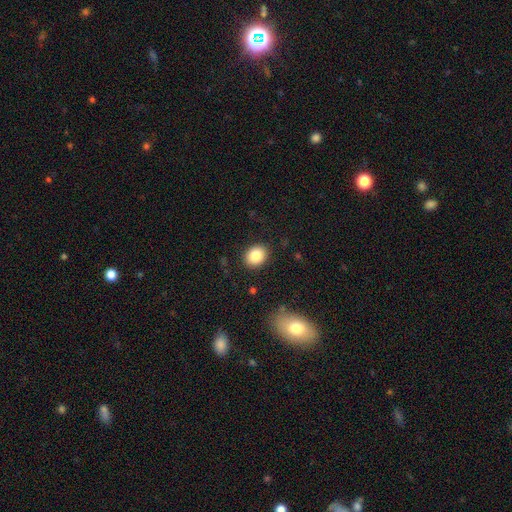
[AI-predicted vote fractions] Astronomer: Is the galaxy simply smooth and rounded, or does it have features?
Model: smooth — 85%.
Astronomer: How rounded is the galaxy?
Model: round — 56% (runner-up: in between, 43%).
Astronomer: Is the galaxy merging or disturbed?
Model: none — 89%.